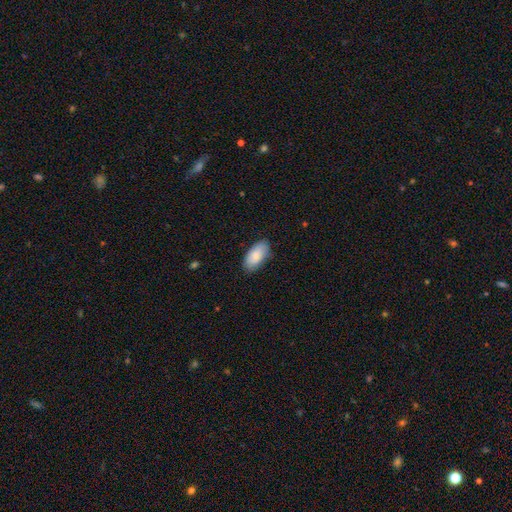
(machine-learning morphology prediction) Smooth or featured? smooth (86%)
How rounded? in between (94%)
Merging? none (82%)